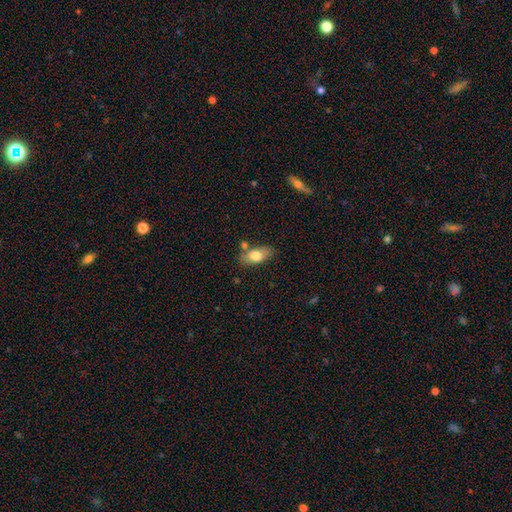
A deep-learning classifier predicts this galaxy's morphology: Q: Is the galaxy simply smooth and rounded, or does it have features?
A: smooth — 74%.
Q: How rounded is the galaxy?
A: in between — 86%.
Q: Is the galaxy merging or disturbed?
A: none — 72%.